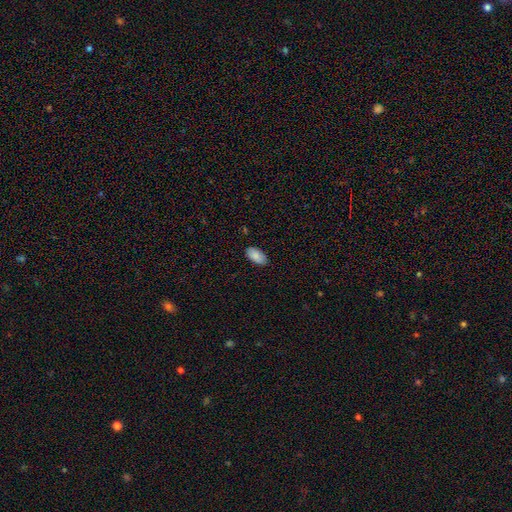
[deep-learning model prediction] Smooth or featured?
  - smooth: 86% *
  - featured or disk: 7%
  - star or artifact: 7%
How rounded?
  - in between: 95% *
  - cigar-shaped: 3%
  - round: 2%
Merging?
  - none: 86% *
  - minor disturbance: 11%
  - major disturbance: 2%
  - merger: 1%